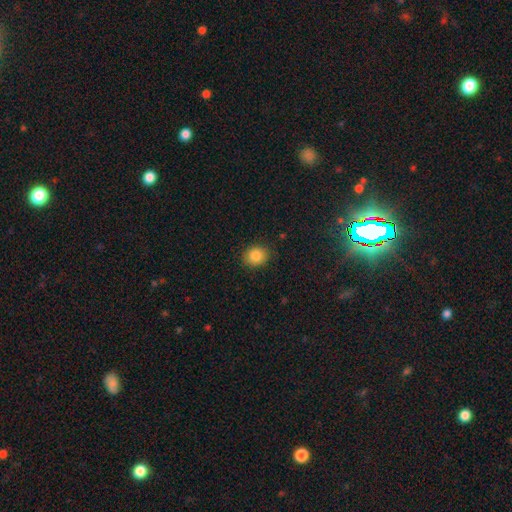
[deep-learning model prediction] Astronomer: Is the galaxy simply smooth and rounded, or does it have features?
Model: smooth — 85%.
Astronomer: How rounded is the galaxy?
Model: round — 64%.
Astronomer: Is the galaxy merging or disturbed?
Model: none — 87%.